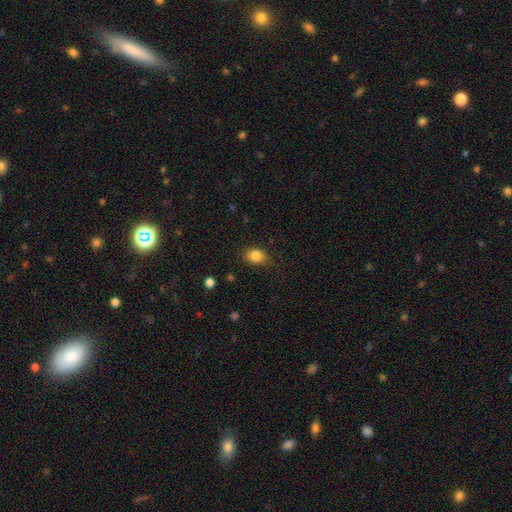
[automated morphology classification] Smooth or featured? smooth (85%)
How rounded? in between (67%)
Merging? none (78%)